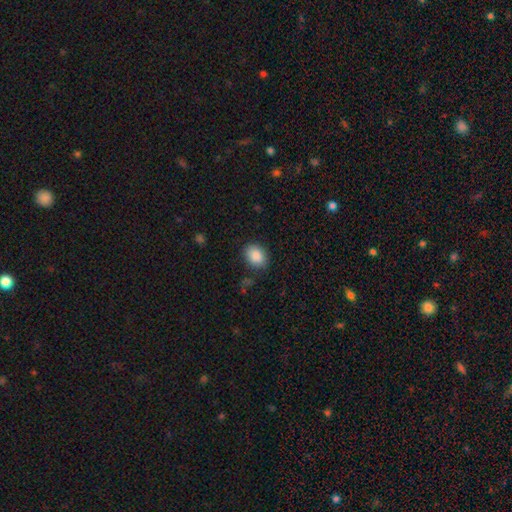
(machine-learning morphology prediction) Smooth or featured: smooth — 87% (star or artifact — 8%)
How rounded: in between — 62% (round — 37%)
Merging: none — 84% (minor disturbance — 11%)